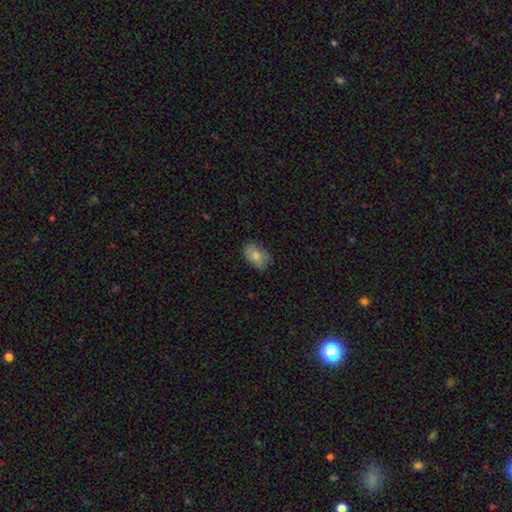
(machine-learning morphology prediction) smooth 81%, featured or disk 12%, star or artifact 7%. Down the decision tree: how rounded — in between (87%); merging — none (78%).